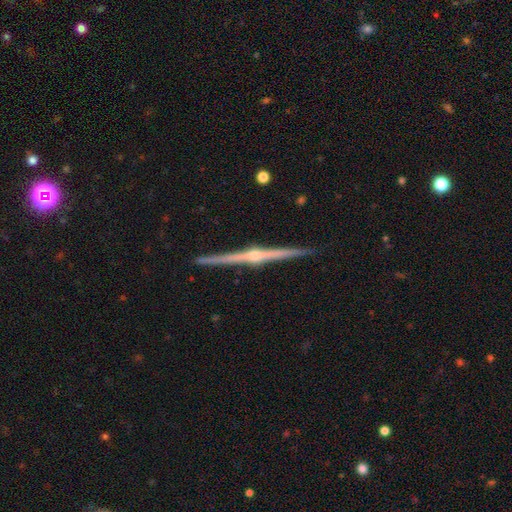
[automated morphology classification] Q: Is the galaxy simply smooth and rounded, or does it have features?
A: featured or disk — 88%.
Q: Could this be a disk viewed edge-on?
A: yes — 99%.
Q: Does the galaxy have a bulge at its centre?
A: rounded — 89%.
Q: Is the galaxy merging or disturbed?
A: none — 93%.